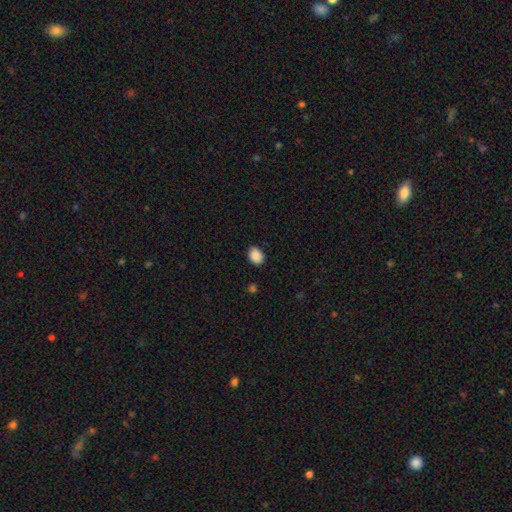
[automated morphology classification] This is clearly a smooth galaxy (89%). How rounded: likely in between (69%). Merging: clearly none (87%).